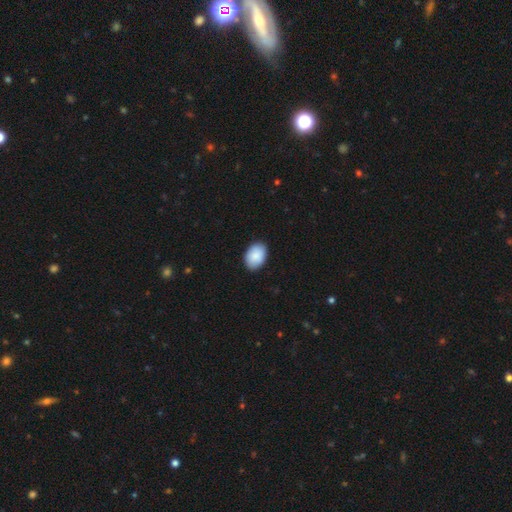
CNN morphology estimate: type=smooth (89%); roundness=in between (83%); merging=none (88%).